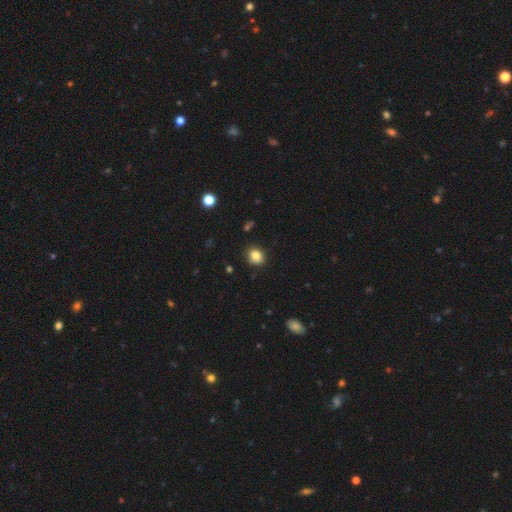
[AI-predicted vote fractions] Q: Smooth or featured?
A: smooth (83%); runner-up: star or artifact (10%)
Q: How rounded?
A: round (66%); runner-up: in between (33%)
Q: Merging?
A: none (87%); runner-up: minor disturbance (10%)